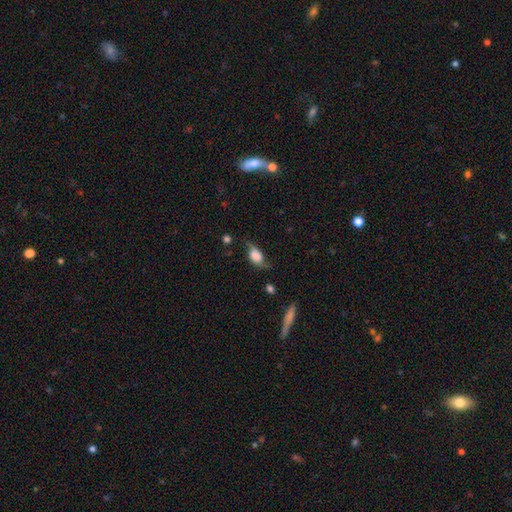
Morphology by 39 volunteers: A smooth galaxy with no disk features (74%) that is in between round and cigar-shaped (76%).

Vote fractions:
- Smooth or featured? smooth: 74% / featured or disk: 21% / star or artifact: 5%
- How rounded? in between: 76% / round: 17% / cigar-shaped: 7%
- Merging? minor disturbance: 43% / none: 38% / major disturbance: 19% / merger: 0%